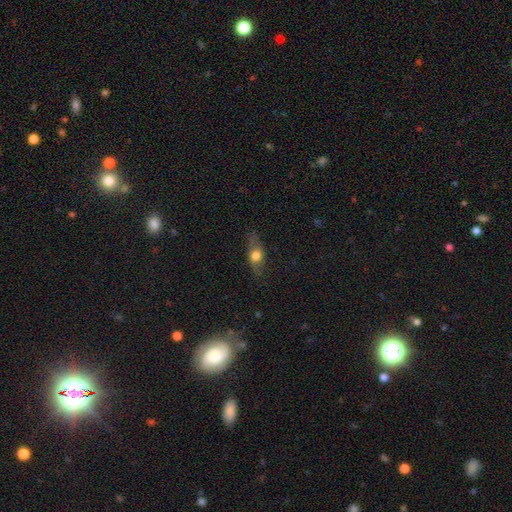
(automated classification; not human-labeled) The model was most divided on "smooth or featured": smooth: 57%, featured or disk: 34%, star or artifact: 9%. More confident: merging — none (76%); how rounded — in between (56%).